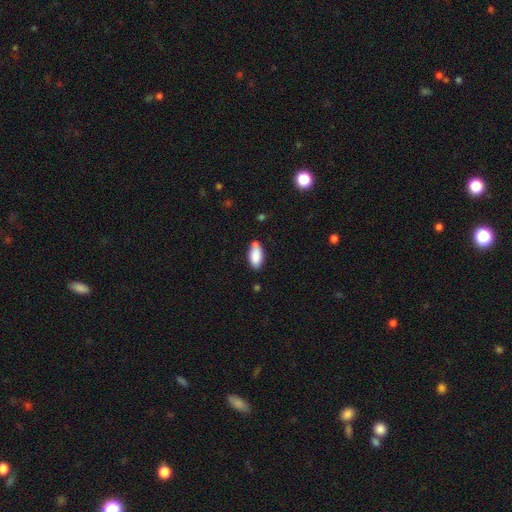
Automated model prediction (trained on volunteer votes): Overall: smooth (85%). How rounded: in between (90%). Merging: none (69%).